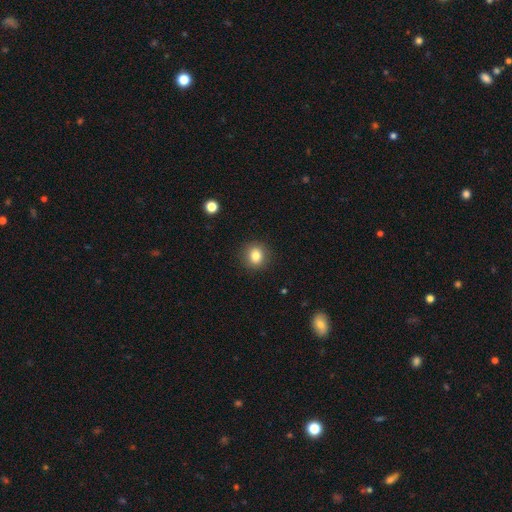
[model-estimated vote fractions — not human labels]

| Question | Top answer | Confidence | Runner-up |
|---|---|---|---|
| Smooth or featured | smooth | 83% | star or artifact (10%) |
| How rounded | round | 82% | in between (17%) |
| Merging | none | 90% | minor disturbance (7%) |